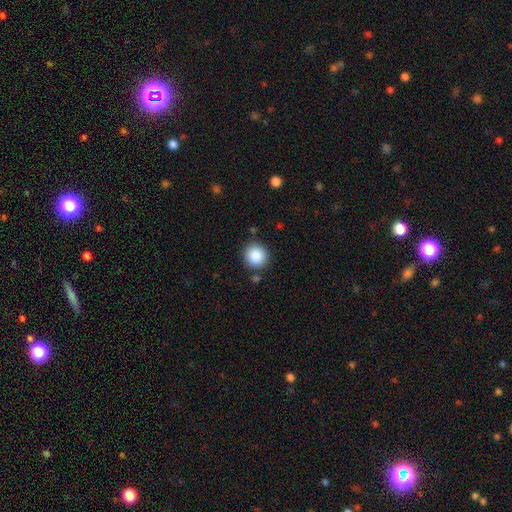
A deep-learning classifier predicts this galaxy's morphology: Smooth or featured?
  - smooth: 88% *
  - star or artifact: 9%
  - featured or disk: 4%
How rounded?
  - round: 91% *
  - in between: 8%
  - cigar-shaped: 1%
Merging?
  - none: 86% *
  - minor disturbance: 8%
  - merger: 3%
  - major disturbance: 3%